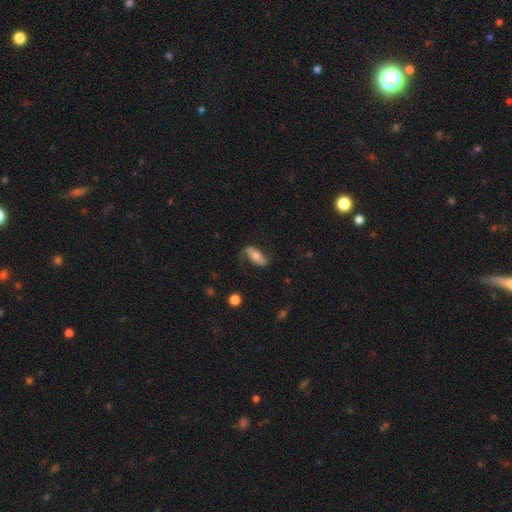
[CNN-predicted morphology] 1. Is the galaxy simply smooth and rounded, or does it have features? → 61% featured or disk, 32% smooth, 7% star or artifact.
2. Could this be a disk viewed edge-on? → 83% no, 17% yes.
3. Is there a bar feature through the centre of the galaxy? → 39% strong, 37% no, 24% weak.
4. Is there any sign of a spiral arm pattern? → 83% yes, 17% no.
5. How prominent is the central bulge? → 60% moderate, 26% small, 10% large, 2% none, 2% dominant.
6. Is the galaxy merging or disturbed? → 62% none, 20% minor disturbance, 16% major disturbance, 2% merger.